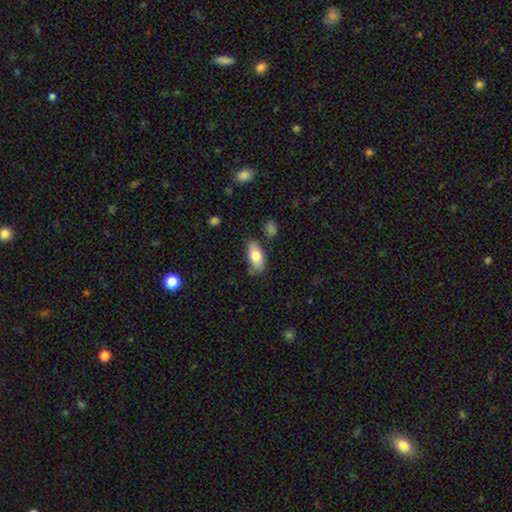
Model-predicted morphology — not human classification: smooth 78%, featured or disk 16%, star or artifact 7%. Down the decision tree: how rounded — in between (90%); merging — none (68%).